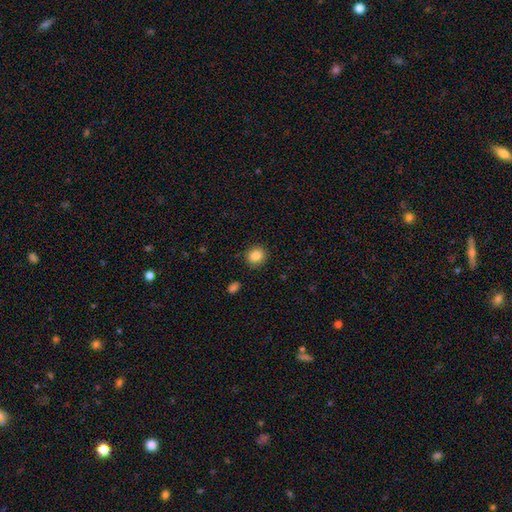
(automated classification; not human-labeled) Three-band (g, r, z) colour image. It shows a smooth galaxy with no disk features (87%) that is round (69%). Merging: none (88%).